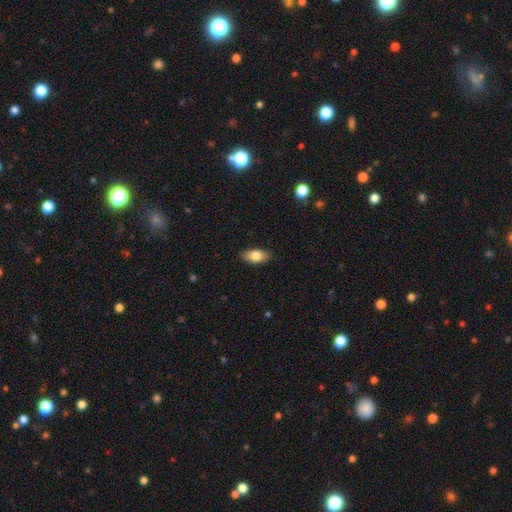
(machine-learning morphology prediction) smooth_or_featured: smooth (p=0.81) [alt: featured or disk p=0.12]
how_rounded: in between (p=0.89) [alt: cigar-shaped p=0.06]
merging: none (p=0.88) [alt: minor disturbance p=0.09]